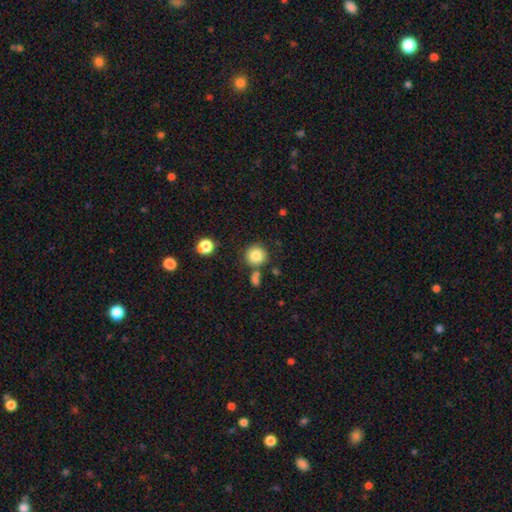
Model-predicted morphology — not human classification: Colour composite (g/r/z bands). It shows a smooth galaxy with no disk features (84%) that is round (92%). Merging: none (75%).